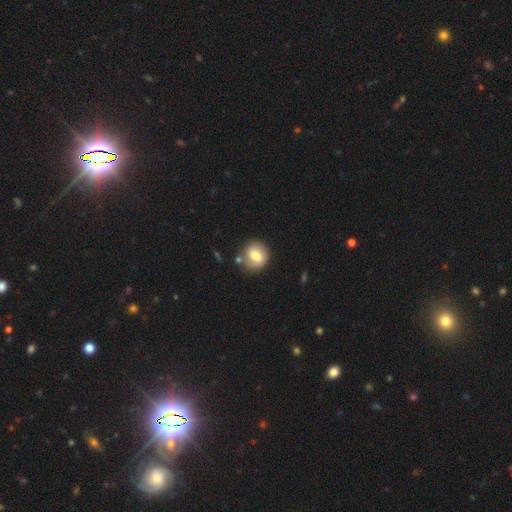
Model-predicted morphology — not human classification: smooth 62%, featured or disk 30%, star or artifact 7%. Down the decision tree: how rounded — round (81%); merging — none (73%).